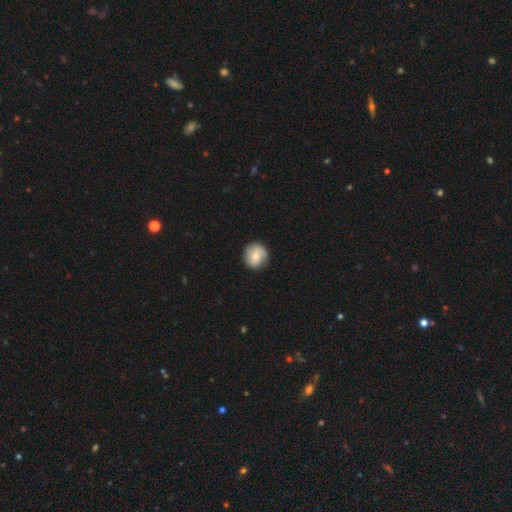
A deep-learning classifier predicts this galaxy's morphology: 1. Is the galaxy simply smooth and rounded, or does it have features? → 48% smooth, 45% featured or disk, 7% star or artifact.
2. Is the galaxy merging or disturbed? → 80% none, 15% minor disturbance, 4% major disturbance, 1% merger.